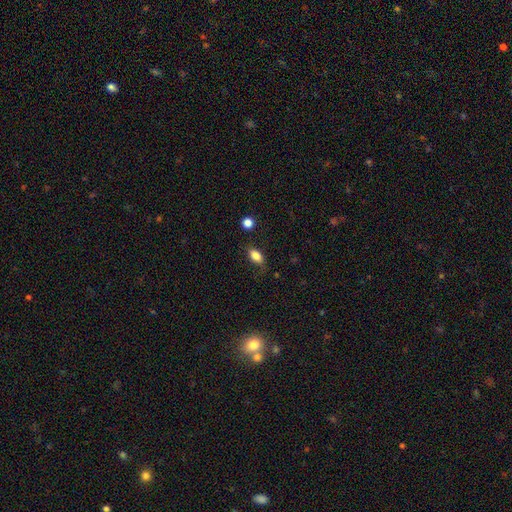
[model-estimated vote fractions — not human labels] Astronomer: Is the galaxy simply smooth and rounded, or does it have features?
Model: smooth — 84%.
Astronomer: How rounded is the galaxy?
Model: in between — 87%.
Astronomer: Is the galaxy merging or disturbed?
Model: none — 75%.